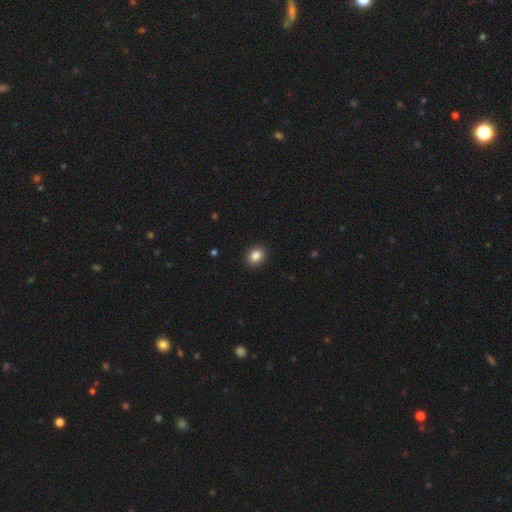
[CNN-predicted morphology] Smooth or featured: smooth — 86% (star or artifact — 10%)
How rounded: round — 57% (in between — 43%)
Merging: none — 91% (minor disturbance — 6%)